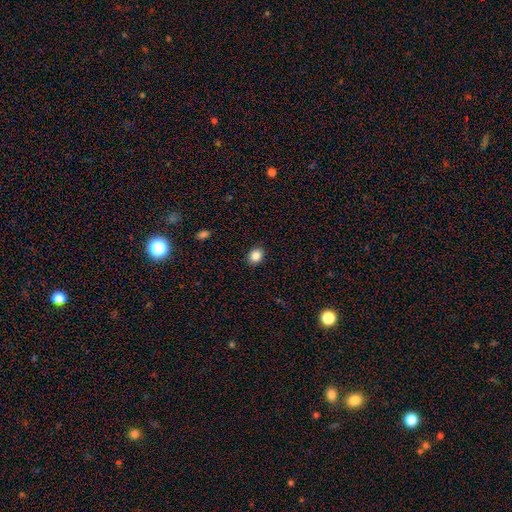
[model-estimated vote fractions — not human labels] Q: Smooth or featured?
A: smooth (86%); runner-up: star or artifact (9%)
Q: How rounded?
A: round (56%); runner-up: in between (43%)
Q: Merging?
A: none (90%); runner-up: minor disturbance (7%)